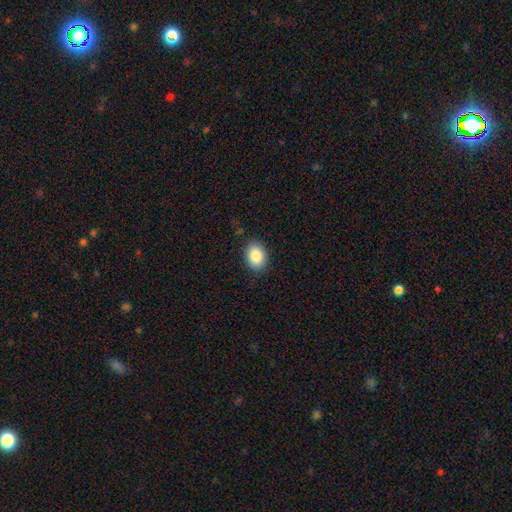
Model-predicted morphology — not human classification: Smooth or featured?
  - smooth: 86% *
  - star or artifact: 8%
  - featured or disk: 6%
How rounded?
  - in between: 73% *
  - round: 26%
  - cigar-shaped: 1%
Merging?
  - none: 87% *
  - minor disturbance: 10%
  - major disturbance: 2%
  - merger: 1%